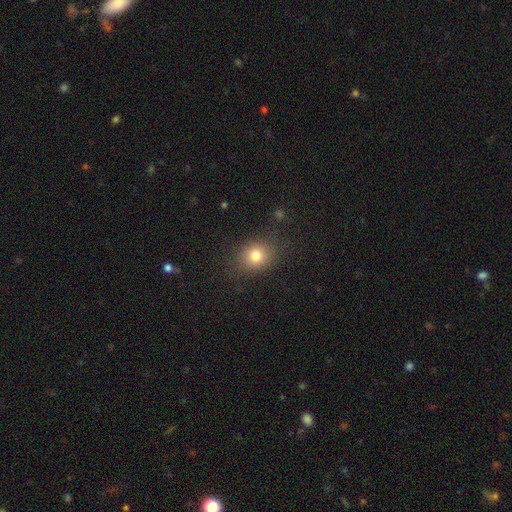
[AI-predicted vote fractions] Smooth or featured? smooth (78%)
How rounded? round (62%)
Merging? none (81%)